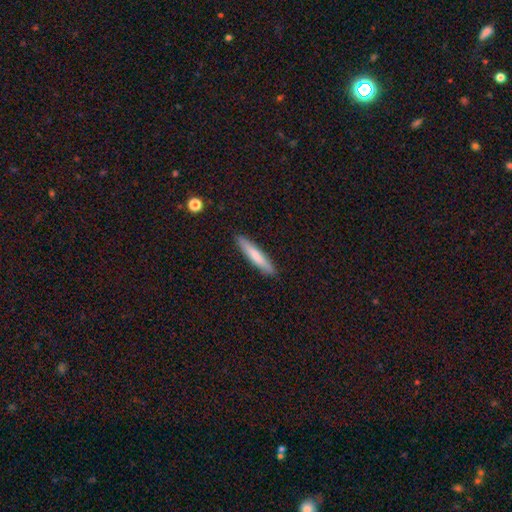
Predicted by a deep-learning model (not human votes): smooth 74%, featured or disk 21%, star or artifact 6%. Down the decision tree: how rounded — cigar-shaped (91%); merging — none (90%).